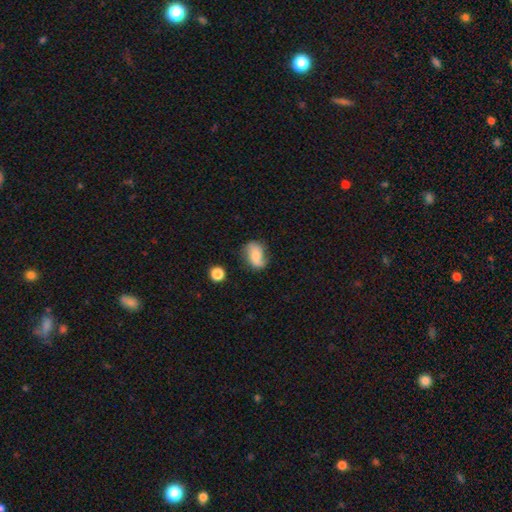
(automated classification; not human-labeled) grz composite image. It shows a smooth galaxy with no disk features (50%). Merging: none (61%).